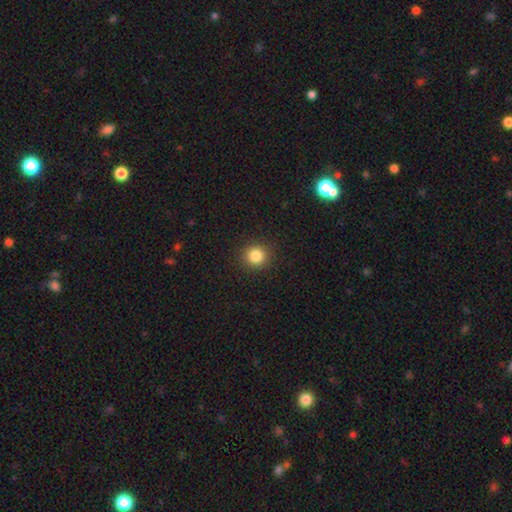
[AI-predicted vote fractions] Smooth or featured? smooth (84%)
How rounded? round (93%)
Merging? none (92%)